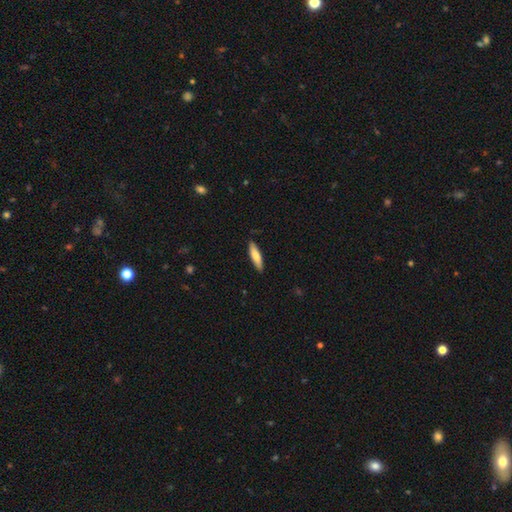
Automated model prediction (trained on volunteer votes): Smooth or featured? Predicted: smooth (p=0.77). How rounded? Predicted: cigar-shaped (p=0.74). Merging? Predicted: none (p=0.87).